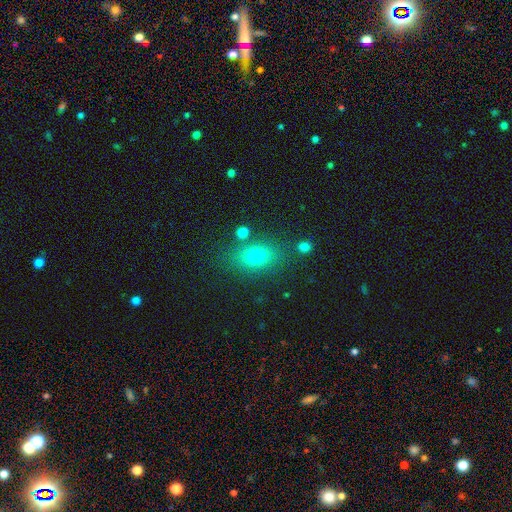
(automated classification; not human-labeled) A smooth galaxy with no disk features (74%) that is in between round and cigar-shaped (75%). Merging: none (77%).